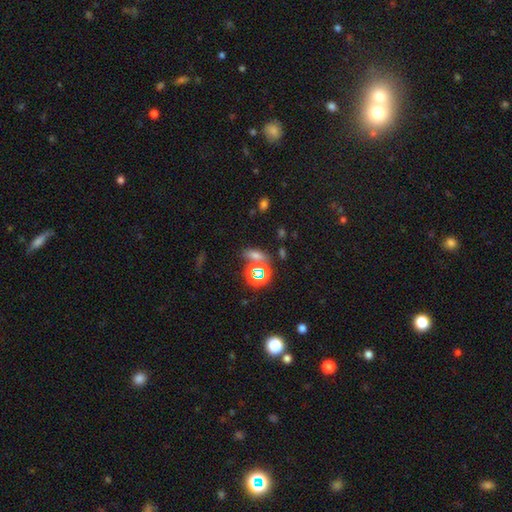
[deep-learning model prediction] Smooth or featured?
  - smooth: 53% *
  - star or artifact: 35%
  - featured or disk: 11%
How rounded?
  - in between: 60% *
  - round: 23%
  - cigar-shaped: 18%
Merging?
  - none: 67% *
  - merger: 17%
  - minor disturbance: 11%
  - major disturbance: 5%